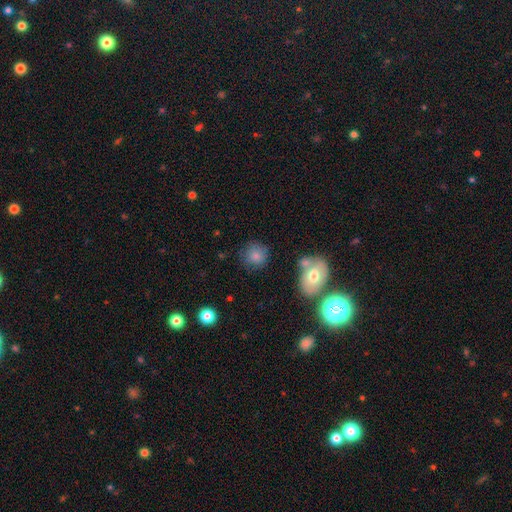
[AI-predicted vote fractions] This appears to be a smooth galaxy with no disk features (82%) that is round (86%). Merging: none (74%).